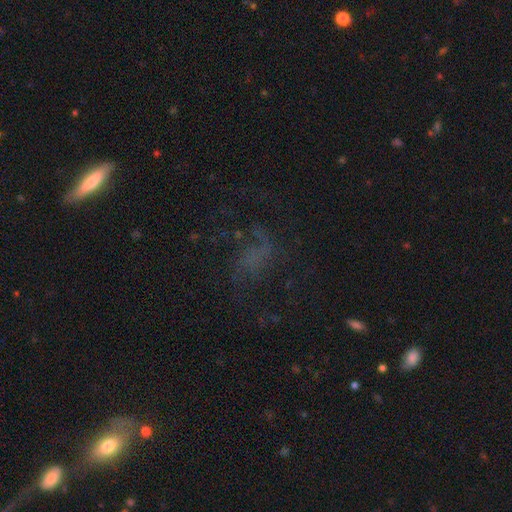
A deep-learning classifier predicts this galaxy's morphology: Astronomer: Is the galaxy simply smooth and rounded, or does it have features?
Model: featured or disk — 48% (runner-up: star or artifact, 27%).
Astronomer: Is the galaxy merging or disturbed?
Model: none — 53% (runner-up: major disturbance, 28%).